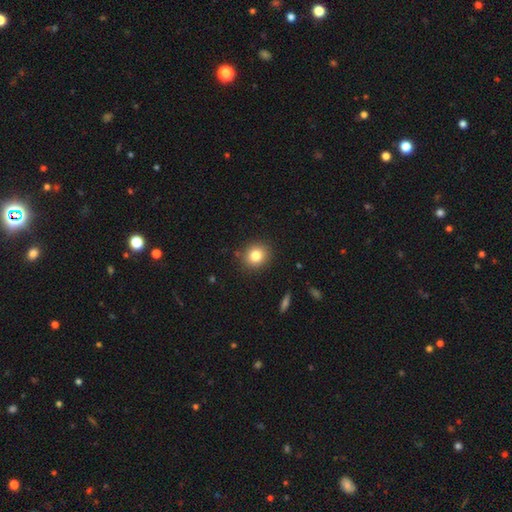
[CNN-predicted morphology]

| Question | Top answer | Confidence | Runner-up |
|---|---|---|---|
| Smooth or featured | smooth | 81% | star or artifact (11%) |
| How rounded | round | 79% | in between (20%) |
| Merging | none | 88% | minor disturbance (8%) |